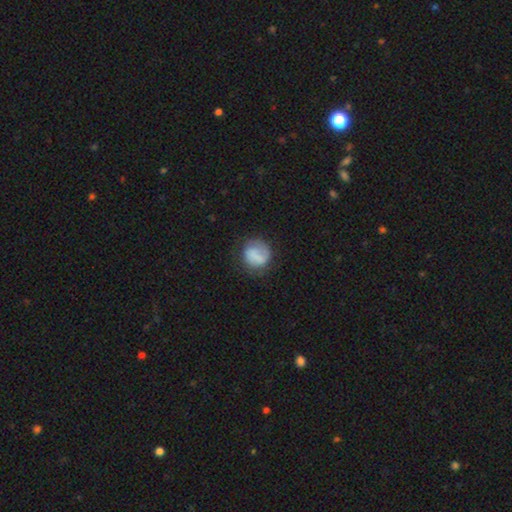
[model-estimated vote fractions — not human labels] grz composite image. It shows a smooth galaxy with no disk features (66%) that is round (83%). Merging: none (62%).